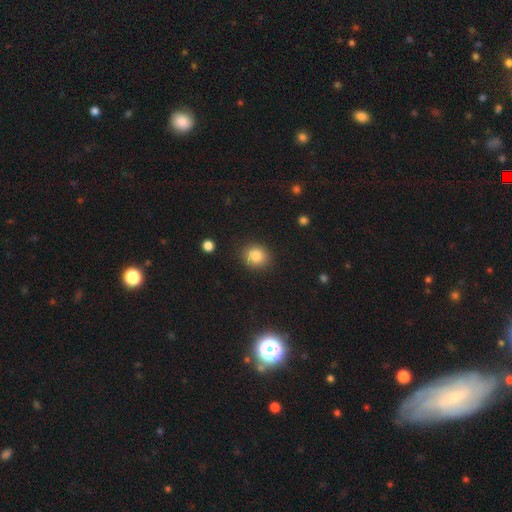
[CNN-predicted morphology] This appears to be a smooth galaxy with no disk features (83%) that is round (78%). Merging: none (88%).